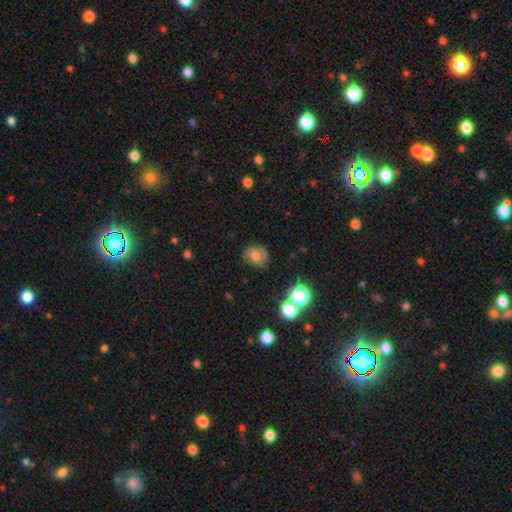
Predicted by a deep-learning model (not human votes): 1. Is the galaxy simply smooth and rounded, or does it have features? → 66% smooth, 21% featured or disk, 13% star or artifact.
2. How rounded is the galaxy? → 70% round, 29% in between, 1% cigar-shaped.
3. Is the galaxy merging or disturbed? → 78% none, 15% minor disturbance, 5% major disturbance, 3% merger.